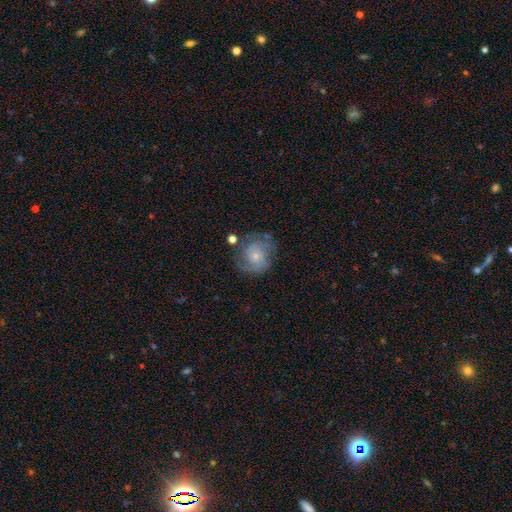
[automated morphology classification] The model was most divided on "smooth or featured": featured or disk: 60%, smooth: 32%, star or artifact: 8%. More confident: edge-on disk — no (98%); spiral arms — yes (82%); bar — no (80%); bulge size — small (72%); merging — none (62%).